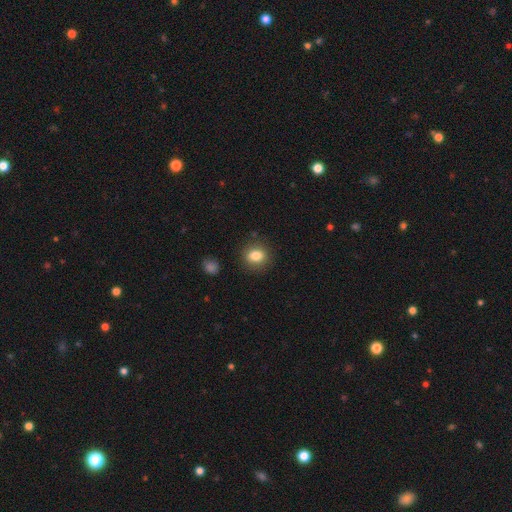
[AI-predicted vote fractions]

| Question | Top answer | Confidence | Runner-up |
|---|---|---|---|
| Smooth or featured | smooth | 83% | star or artifact (10%) |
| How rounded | round | 71% | in between (28%) |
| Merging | none | 87% | minor disturbance (9%) |